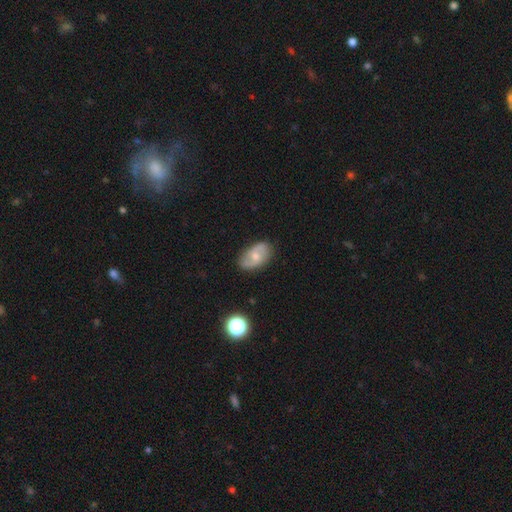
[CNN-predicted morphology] Smooth or featured?
  - featured or disk: 62% *
  - smooth: 31%
  - star or artifact: 7%
Edge-on disk?
  - no: 95% *
  - yes: 5%
Bar?
  - no: 54% *
  - weak: 39%
  - strong: 7%
Spiral arms?
  - yes: 84% *
  - no: 16%
Bulge size?
  - moderate: 53% *
  - small: 40%
  - none: 3%
  - large: 3%
  - dominant: 1%
Merging?
  - none: 79% *
  - minor disturbance: 16%
  - major disturbance: 4%
  - merger: 1%